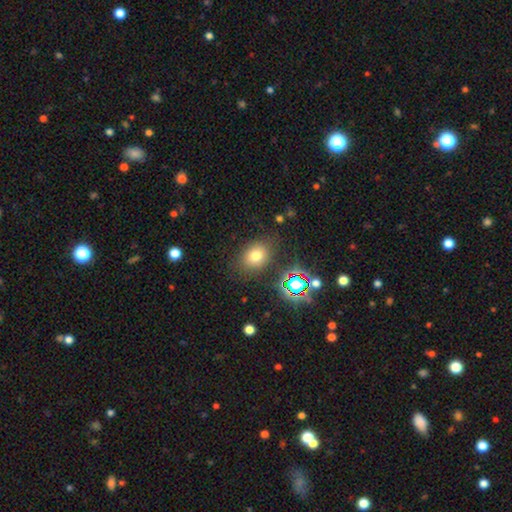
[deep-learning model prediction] Q: Smooth or featured?
A: smooth (72%); runner-up: star or artifact (18%)
Q: How rounded?
A: round (52%); runner-up: in between (46%)
Q: Merging?
A: none (80%); runner-up: minor disturbance (12%)